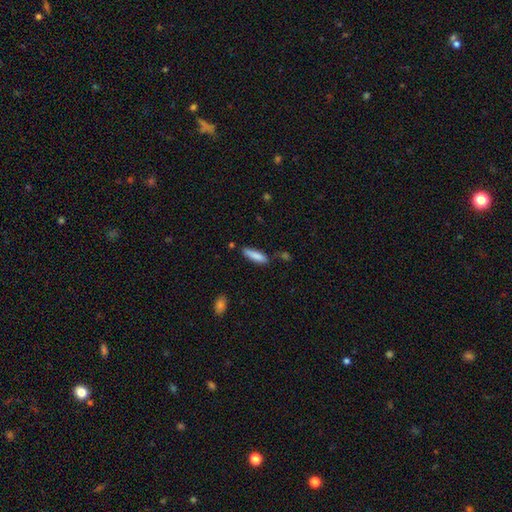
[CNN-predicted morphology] Q: Smooth or featured?
A: smooth (84%); runner-up: featured or disk (10%)
Q: How rounded?
A: cigar-shaped (69%); runner-up: in between (29%)
Q: Merging?
A: none (71%); runner-up: minor disturbance (20%)